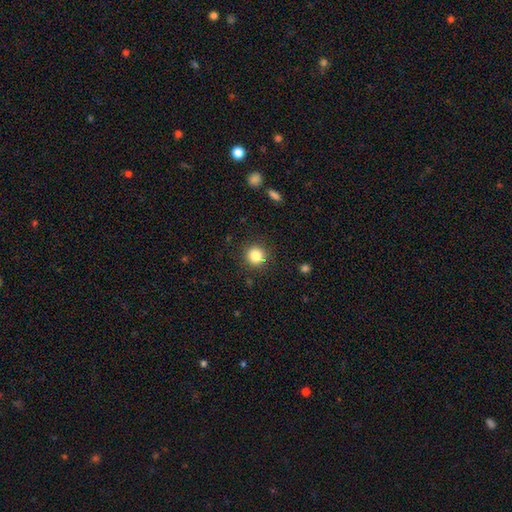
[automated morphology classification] A smooth galaxy with no disk features (84%) that is round (93%). Merging: none (90%).